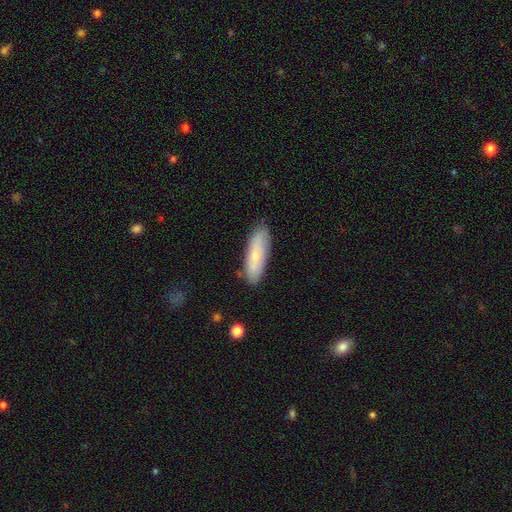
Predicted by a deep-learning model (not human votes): The model was most divided on "how rounded": in between: 50%, cigar-shaped: 48%, round: 2%. More confident: merging — none (82%); smooth or featured — smooth (65%).